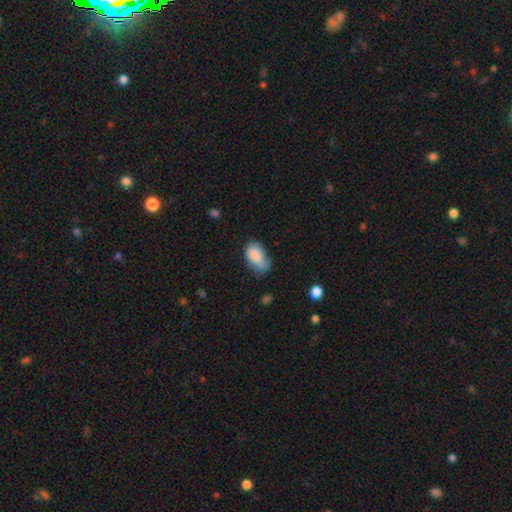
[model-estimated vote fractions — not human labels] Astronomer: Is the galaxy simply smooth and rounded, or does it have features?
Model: smooth — 83%.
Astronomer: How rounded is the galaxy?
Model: in between — 91%.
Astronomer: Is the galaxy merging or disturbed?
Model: none — 44% (runner-up: minor disturbance, 38%).